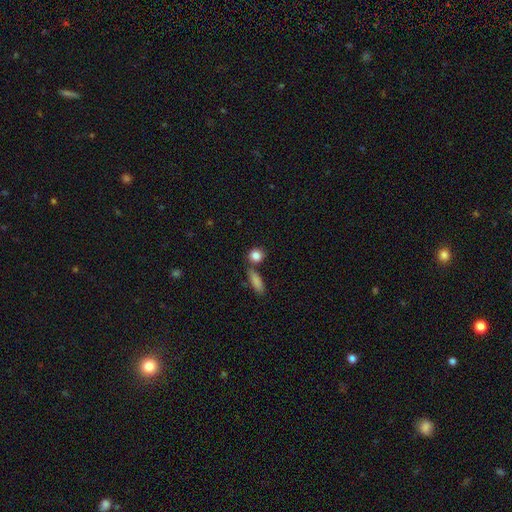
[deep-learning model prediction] smooth-or-featured: smooth: 86% | star or artifact: 9% | featured or disk: 6%
  how-rounded: round: 71% | in between: 25% | cigar-shaped: 4%
  merging: none: 67% | merger: 18% | minor disturbance: 11% | major disturbance: 4%